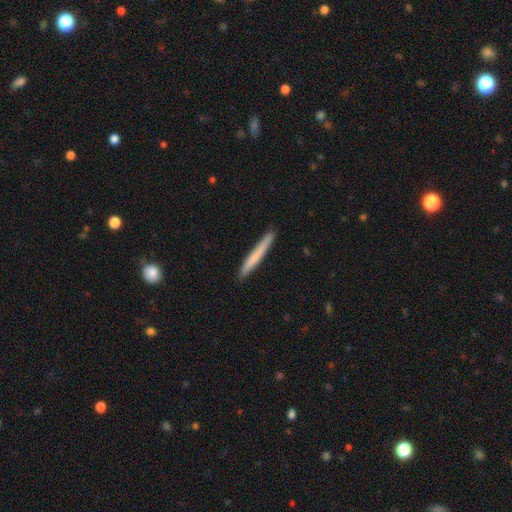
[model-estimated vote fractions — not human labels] A smooth galaxy with no disk features (68%) that is cigar-shaped (97%). Merging: none (90%).